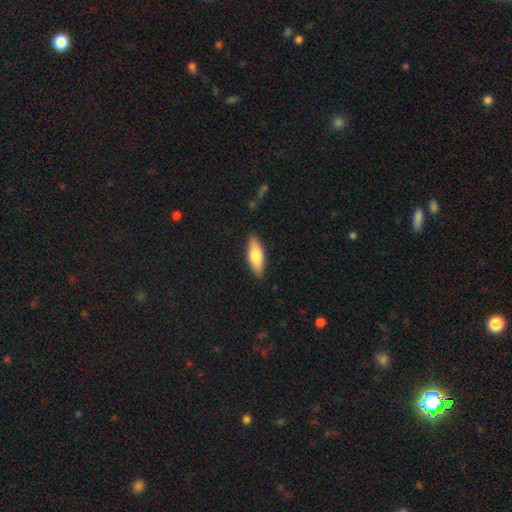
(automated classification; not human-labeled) Smooth or featured: smooth — 69% (featured or disk — 26%)
How rounded: in between — 60% (cigar-shaped — 37%)
Merging: none — 88% (minor disturbance — 9%)